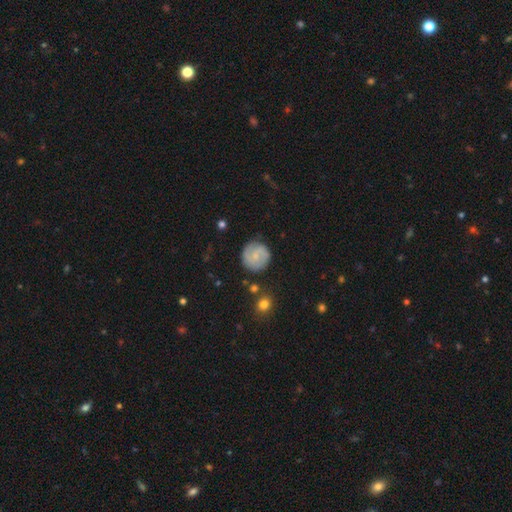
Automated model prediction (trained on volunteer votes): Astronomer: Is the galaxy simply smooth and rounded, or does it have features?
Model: featured or disk — 56% (runner-up: smooth, 37%).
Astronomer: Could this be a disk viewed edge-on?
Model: no — 98%.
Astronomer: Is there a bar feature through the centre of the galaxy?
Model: no — 56% (runner-up: weak, 38%).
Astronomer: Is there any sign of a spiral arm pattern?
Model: yes — 89%.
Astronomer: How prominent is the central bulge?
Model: small — 66%.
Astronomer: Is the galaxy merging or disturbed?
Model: none — 82%.